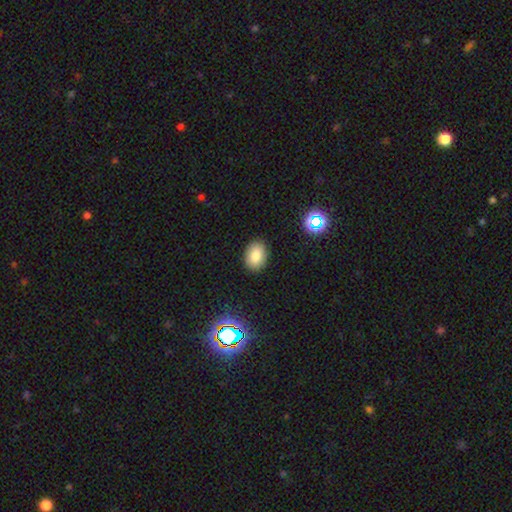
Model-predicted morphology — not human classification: smooth_or_featured: smooth (p=0.81) [alt: star or artifact p=0.11]
how_rounded: in between (p=0.75) [alt: round p=0.24]
merging: none (p=0.88) [alt: minor disturbance p=0.09]